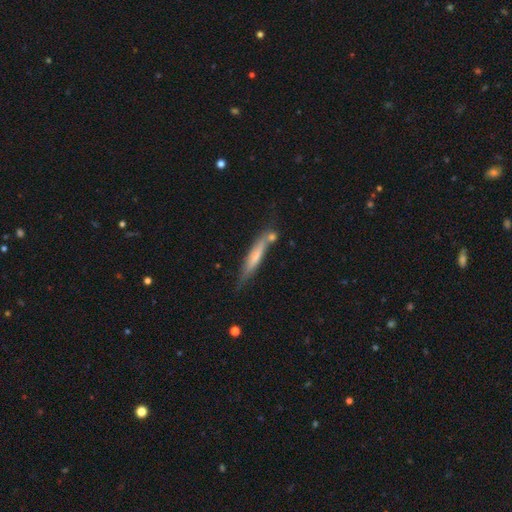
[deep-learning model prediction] Q: Smooth or featured?
A: smooth (50%); runner-up: featured or disk (44%)
Q: Merging?
A: none (60%); runner-up: minor disturbance (20%)